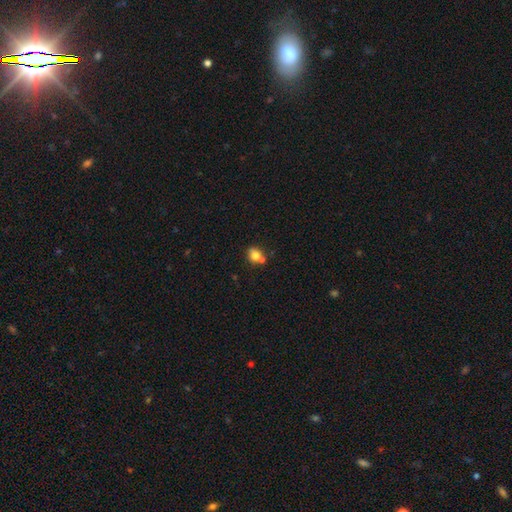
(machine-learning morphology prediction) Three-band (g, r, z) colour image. It shows a smooth galaxy with no disk features (75%) that is round (65%). Merging: none (50%).